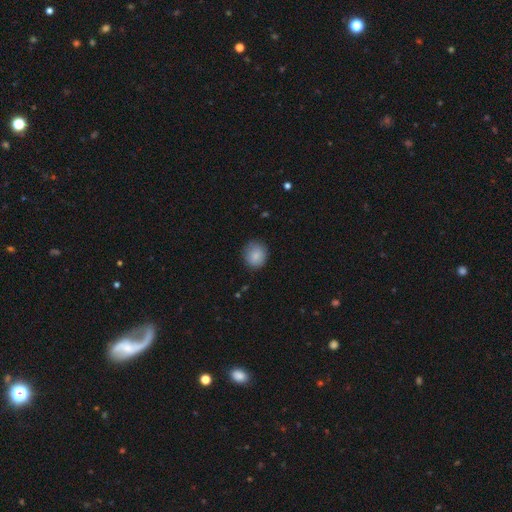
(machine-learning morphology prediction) This appears to be a smooth galaxy with no disk features (86%) that is round (83%). Merging: none (83%).